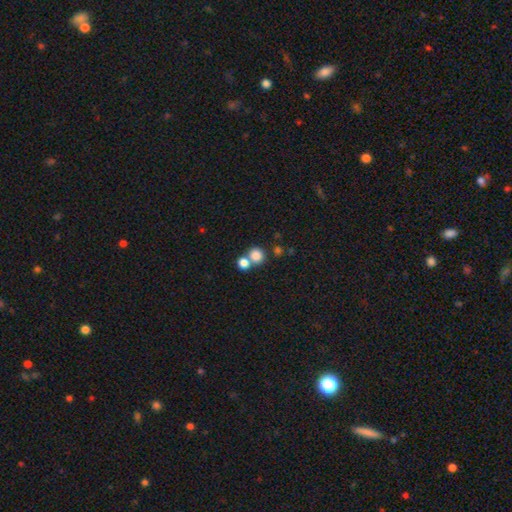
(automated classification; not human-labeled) This is clearly a smooth galaxy (82%). How rounded: clearly round (85%). Merging: possibly none (53%).